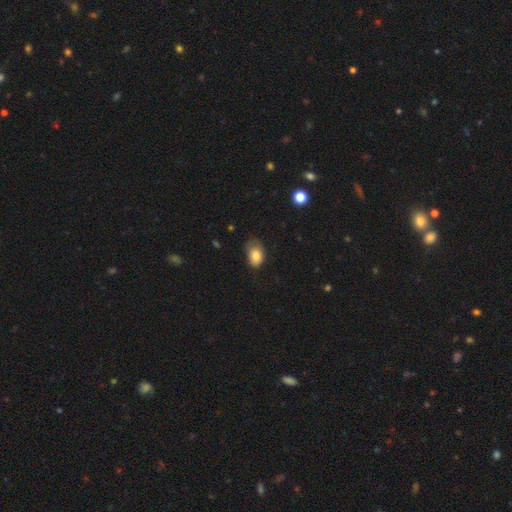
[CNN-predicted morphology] The model was most divided on "merging": none: 46%, minor disturbance: 38%, major disturbance: 15%, merger: 2%. More confident: how rounded — in between (85%); smooth or featured — smooth (81%).